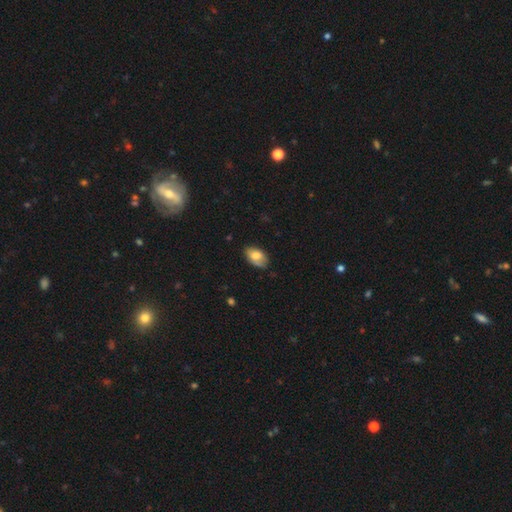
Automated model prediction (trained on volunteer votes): smooth-or-featured: smooth: 74% | featured or disk: 19% | star or artifact: 7%
  how-rounded: in between: 92% | round: 7% | cigar-shaped: 1%
  merging: none: 69% | minor disturbance: 25% | major disturbance: 5% | merger: 1%